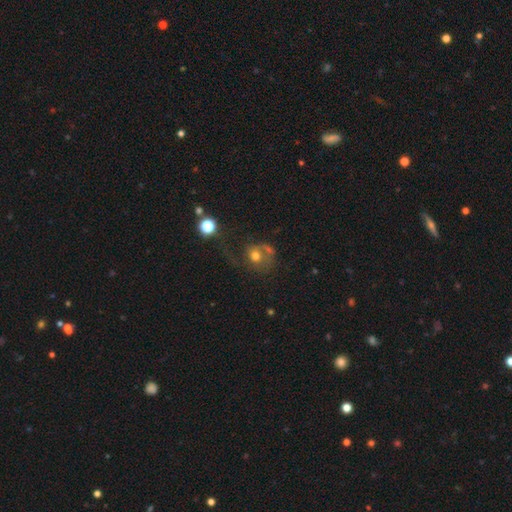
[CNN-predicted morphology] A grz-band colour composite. It shows a smooth galaxy with no disk features (48%). Merging: major disturbance (35%).